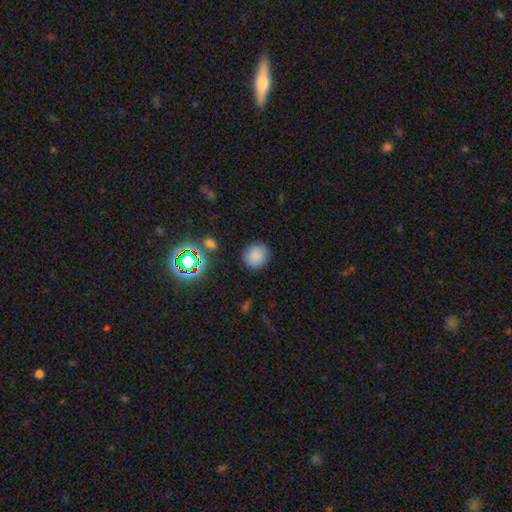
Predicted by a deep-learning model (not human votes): Morphology: type=smooth (81%); roundness=round (85%); merging=none (86%).